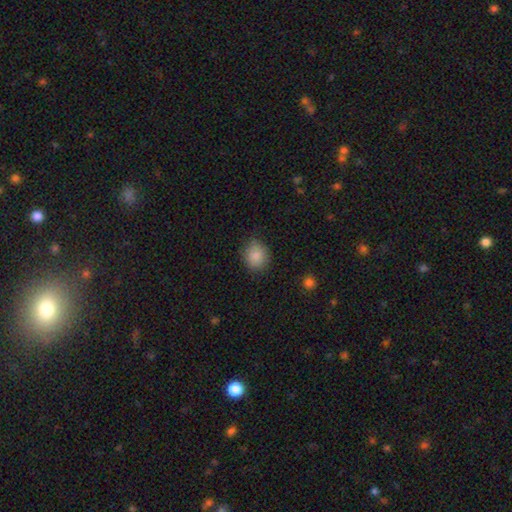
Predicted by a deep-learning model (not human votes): Smooth or featured? Predicted: smooth (p=0.86). How rounded? Predicted: round (p=0.69). Merging? Predicted: none (p=0.80).